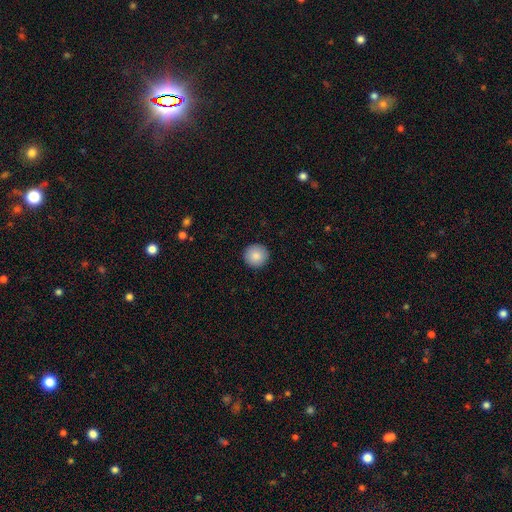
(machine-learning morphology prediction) Smooth or featured? smooth (87%)
How rounded? round (95%)
Merging? none (92%)